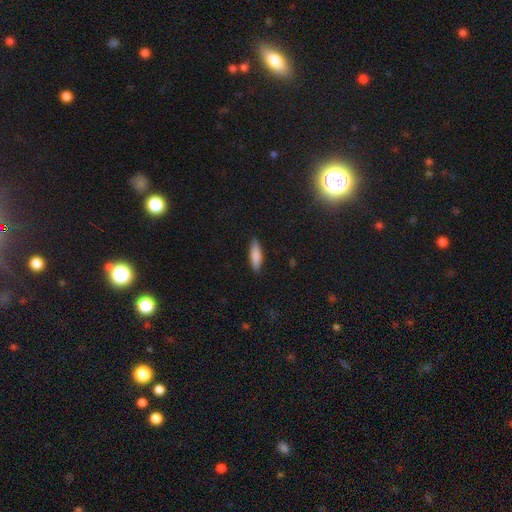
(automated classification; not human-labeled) This is clearly a smooth galaxy (85%). How rounded: possibly cigar-shaped (57%). Merging: clearly none (89%).